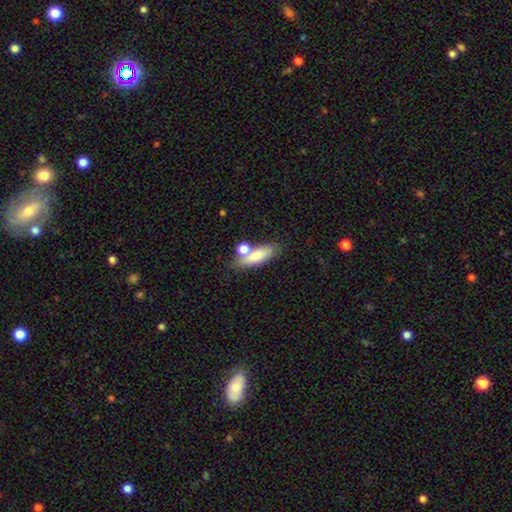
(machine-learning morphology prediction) Smooth or featured: smooth — 77% (featured or disk — 15%)
How rounded: in between — 59% (cigar-shaped — 36%)
Merging: none — 57% (merger — 24%)